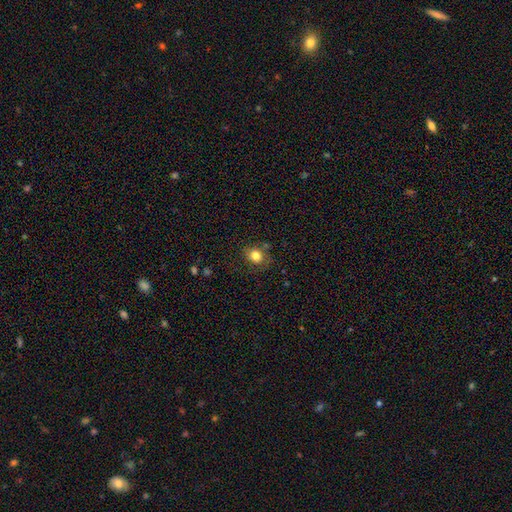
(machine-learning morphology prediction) smooth-or-featured: smooth: 81% | star or artifact: 11% | featured or disk: 8%
  how-rounded: round: 61% | in between: 38% | cigar-shaped: 1%
  merging: none: 75% | minor disturbance: 16% | major disturbance: 5% | merger: 4%